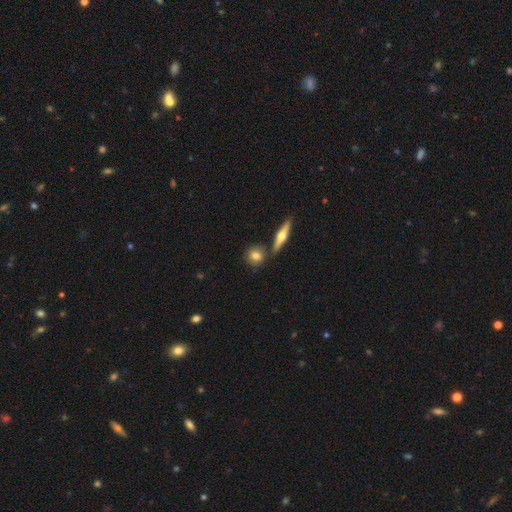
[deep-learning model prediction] A smooth galaxy with no disk features (74%) that is round (77%). Merging: none (77%).